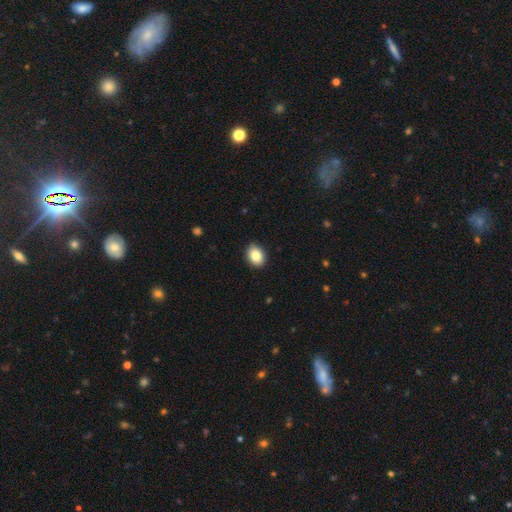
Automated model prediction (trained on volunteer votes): Smooth or featured? Predicted: smooth (p=0.85). How rounded? Predicted: in between (p=0.63). Merging? Predicted: none (p=0.90).